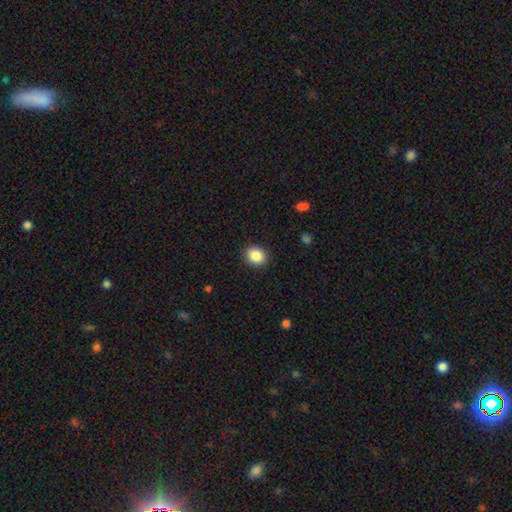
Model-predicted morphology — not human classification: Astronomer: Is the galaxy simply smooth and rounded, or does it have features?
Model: smooth — 87%.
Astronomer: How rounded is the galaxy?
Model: round — 63%.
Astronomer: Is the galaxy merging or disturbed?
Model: none — 90%.